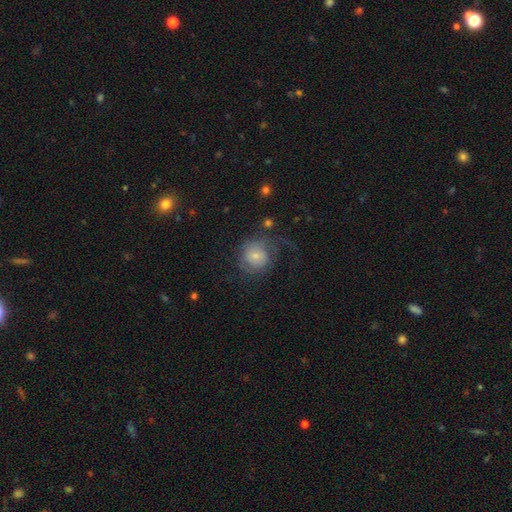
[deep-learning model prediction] A smooth galaxy with no disk features (53%) that is round (84%).

Vote fractions:
- Smooth or featured? smooth: 53% / featured or disk: 38% / star or artifact: 9%
- How rounded? round: 84% / in between: 15% / cigar-shaped: 1%
- Merging? none: 44% / major disturbance: 34% / minor disturbance: 19% / merger: 3%